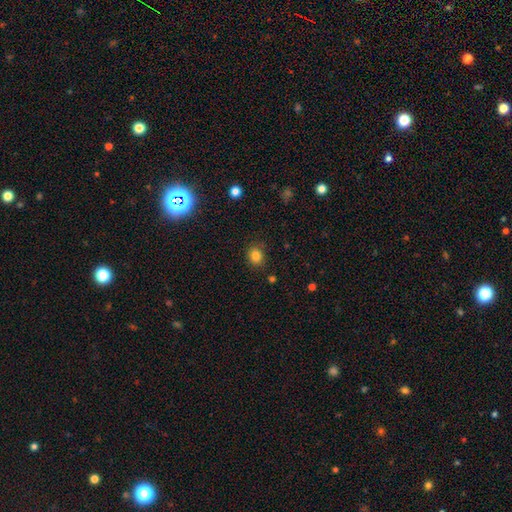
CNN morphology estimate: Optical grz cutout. It shows a smooth galaxy with no disk features (83%) that is round (69%). Merging: none (83%).